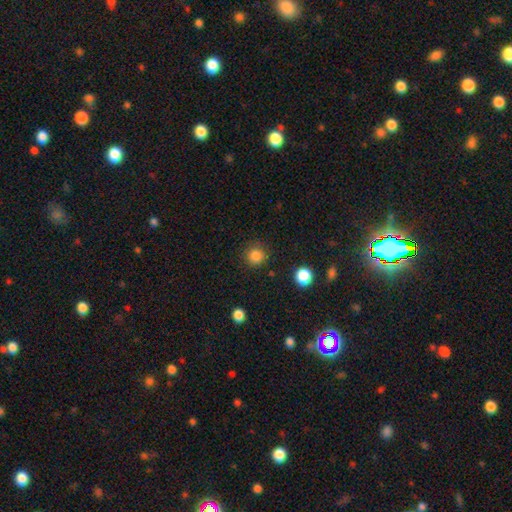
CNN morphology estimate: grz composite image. It shows a smooth galaxy with no disk features (85%) that is round (93%). Merging: none (87%).